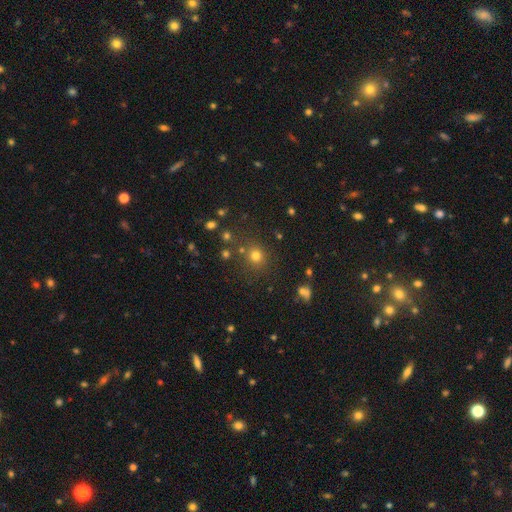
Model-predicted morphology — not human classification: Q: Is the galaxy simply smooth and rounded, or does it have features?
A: smooth — 72%.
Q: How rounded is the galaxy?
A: round — 89%.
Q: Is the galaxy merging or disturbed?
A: none — 79%.